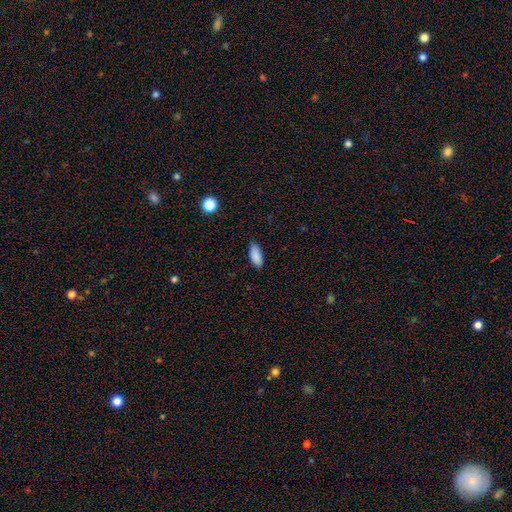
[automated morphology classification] Smooth or featured?
  - smooth: 88% *
  - star or artifact: 7%
  - featured or disk: 4%
How rounded?
  - in between: 86% *
  - cigar-shaped: 12%
  - round: 2%
Merging?
  - none: 84% *
  - minor disturbance: 13%
  - major disturbance: 2%
  - merger: 1%